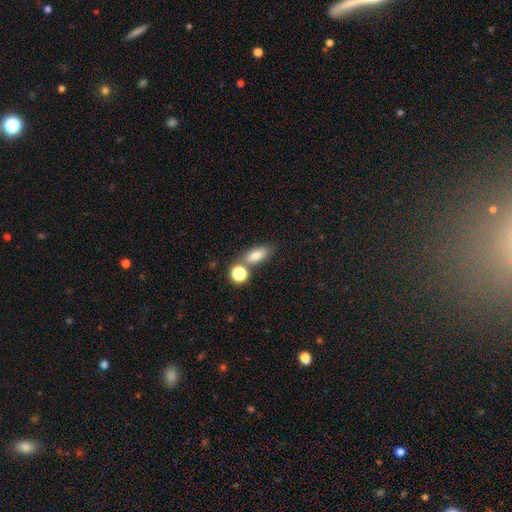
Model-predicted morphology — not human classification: smooth_or_featured: smooth (p=0.80) [alt: star or artifact p=0.11]
how_rounded: in between (p=0.72) [alt: cigar-shaped p=0.16]
merging: none (p=0.63) [alt: merger p=0.21]